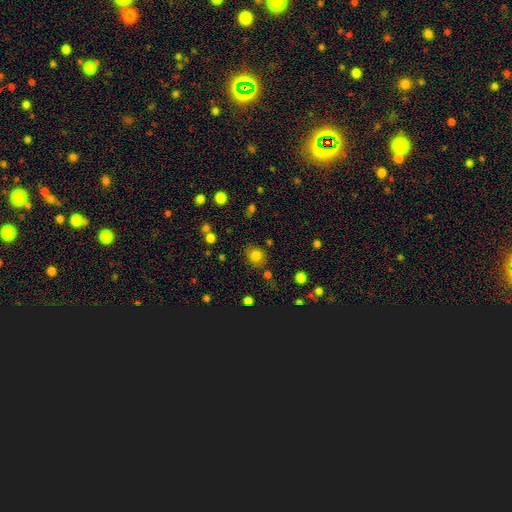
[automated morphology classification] type=smooth (80%); roundness=round (75%); merging=none (78%).